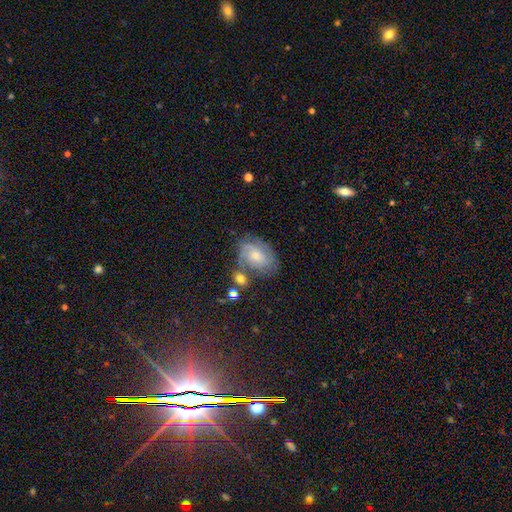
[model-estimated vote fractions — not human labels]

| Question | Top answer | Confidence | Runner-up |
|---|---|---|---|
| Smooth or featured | featured or disk | 57% | smooth (35%) |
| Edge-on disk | no | 96% | yes (4%) |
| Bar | no | 70% | weak (26%) |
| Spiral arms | yes | 81% | no (19%) |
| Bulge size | small | 58% | moderate (35%) |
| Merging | none | 52% | minor disturbance (23%) |